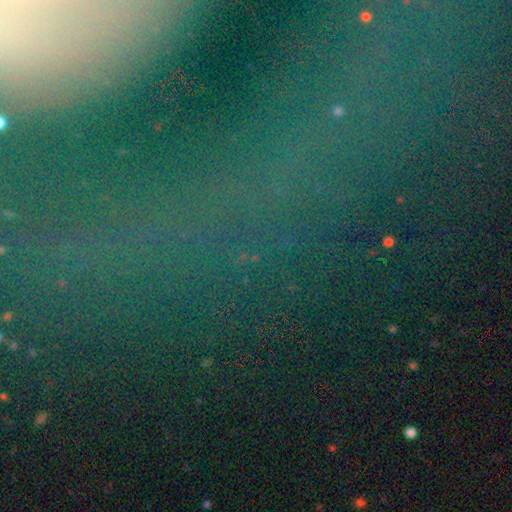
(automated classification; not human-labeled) Overall: star or artifact (77%).